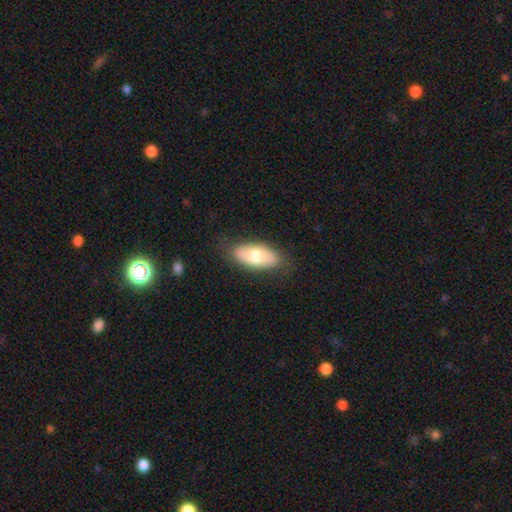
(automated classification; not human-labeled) A smooth galaxy with no disk features (67%) that is in between round and cigar-shaped (91%).

Vote fractions:
- Smooth or featured? smooth: 67% / featured or disk: 27% / star or artifact: 6%
- How rounded? in between: 91% / cigar-shaped: 6% / round: 3%
- Merging? none: 82% / minor disturbance: 14% / major disturbance: 3% / merger: 1%